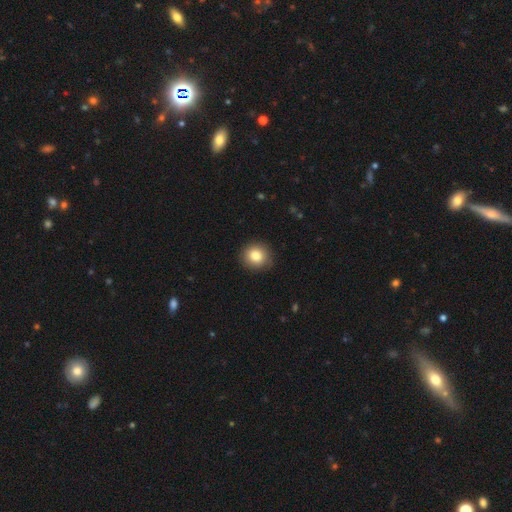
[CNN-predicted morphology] Overall: smooth (82%). How rounded: round (90%). Merging: none (89%).